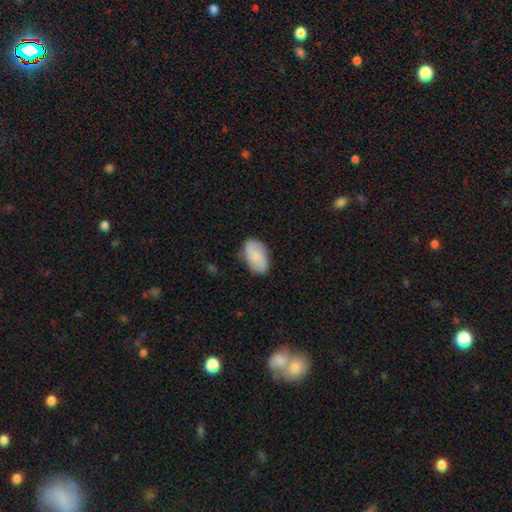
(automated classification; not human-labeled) smooth-or-featured: smooth: 72% | featured or disk: 21% | star or artifact: 6%
  how-rounded: in between: 93% | round: 5% | cigar-shaped: 2%
  merging: none: 80% | minor disturbance: 16% | major disturbance: 3% | merger: 1%